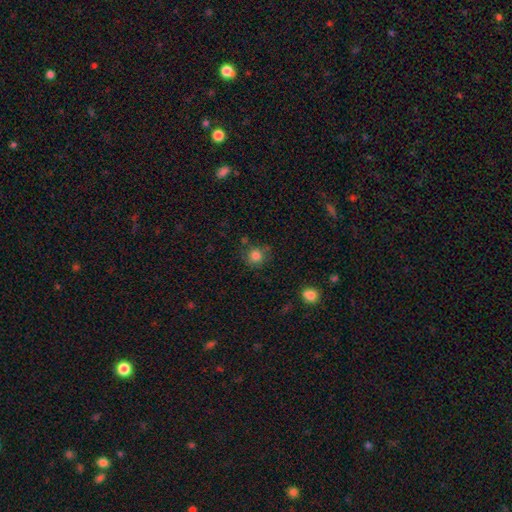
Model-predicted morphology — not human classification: Overall: smooth (82%). How rounded: round (90%). Merging: none (77%).